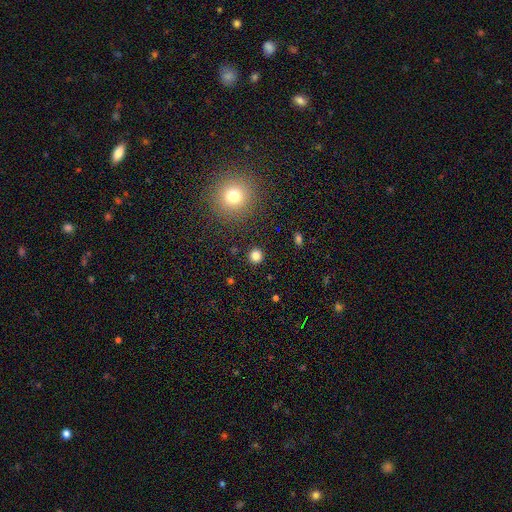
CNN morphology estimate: smooth-or-featured: smooth: 81% | star or artifact: 15% | featured or disk: 4%
  how-rounded: round: 93% | in between: 6% | cigar-shaped: 1%
  merging: none: 91% | minor disturbance: 5% | major disturbance: 2% | merger: 1%